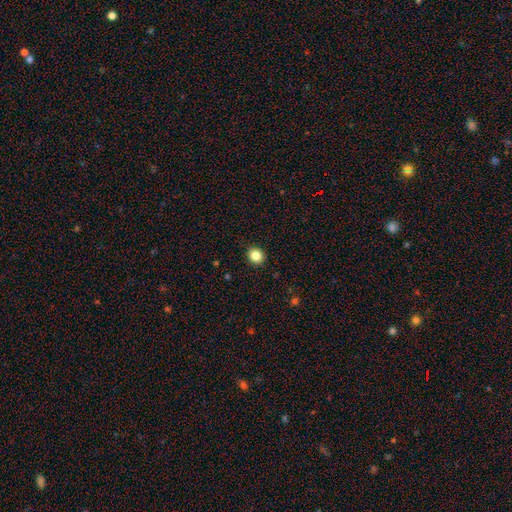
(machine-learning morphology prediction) Smooth or featured: smooth — 84% (star or artifact — 11%)
How rounded: round — 78% (in between — 21%)
Merging: none — 91% (minor disturbance — 6%)